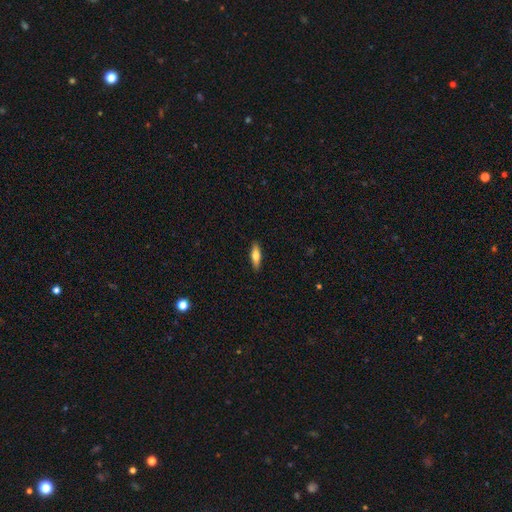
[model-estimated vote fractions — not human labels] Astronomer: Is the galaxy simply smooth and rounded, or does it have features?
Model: smooth — 66%.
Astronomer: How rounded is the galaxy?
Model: cigar-shaped — 56% (runner-up: in between, 42%).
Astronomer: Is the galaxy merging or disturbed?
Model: none — 90%.